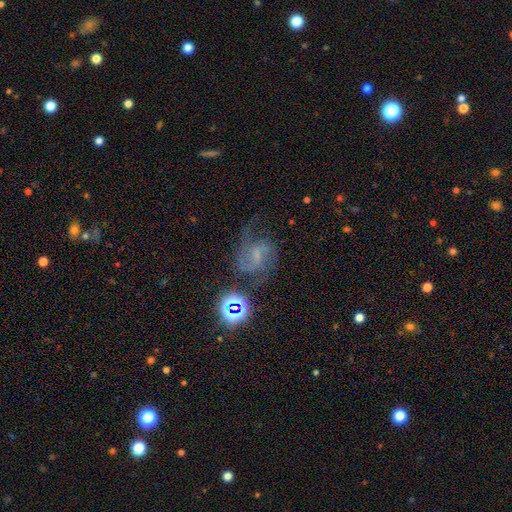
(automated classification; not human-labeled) A featured or disk galaxy (66%) with a weak bar (50%), 2 (60%) medium (50%) spiral arms (91%) and a small central bulge (37%, tied with none).

Vote fractions:
- Smooth or featured? featured or disk: 66% / star or artifact: 18% / smooth: 16%
- Edge-on disk? no: 97% / yes: 3%
- Bar? weak: 50% / no: 34% / strong: 16%
- Spiral arms? yes: 91% / no: 9%
- Spiral winding? medium: 50% / loose: 28% / tight: 21%
- Spiral arm count? 2: 60% / can't tell: 16% / 3: 10% / 1: 8% / 4: 3% / more than 4: 3%
- Bulge size? small: 37% (tied) / none: 37% (tied) / moderate: 21% / large: 4% / dominant: 1%
- Merging? none: 53% / major disturbance: 21% / minor disturbance: 21% / merger: 5%